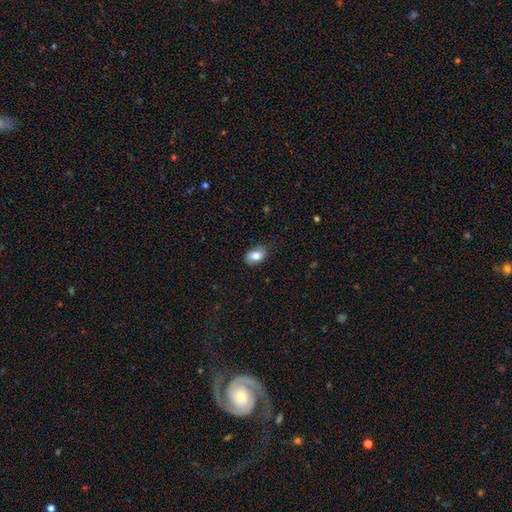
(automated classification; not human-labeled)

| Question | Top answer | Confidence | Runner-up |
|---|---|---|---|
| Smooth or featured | smooth | 82% | featured or disk (10%) |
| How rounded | in between | 83% | round (16%) |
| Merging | none | 73% | minor disturbance (21%) |